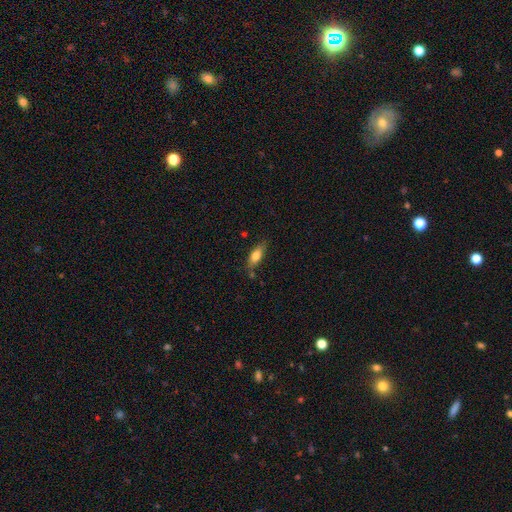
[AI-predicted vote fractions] Q: Smooth or featured?
A: smooth (72%); runner-up: featured or disk (21%)
Q: How rounded?
A: in between (67%); runner-up: cigar-shaped (30%)
Q: Merging?
A: none (72%); runner-up: minor disturbance (19%)